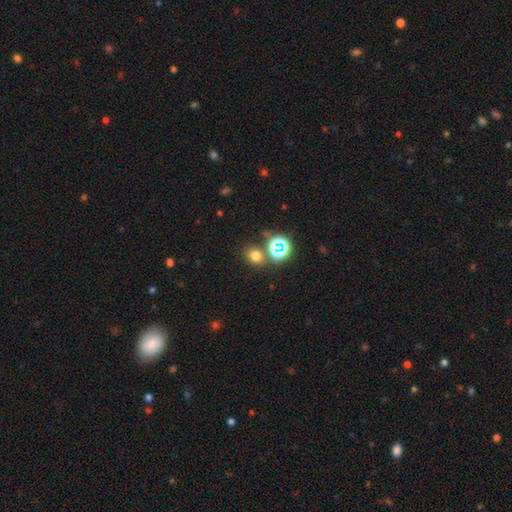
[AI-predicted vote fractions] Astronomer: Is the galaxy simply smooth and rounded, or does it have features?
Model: smooth — 69%.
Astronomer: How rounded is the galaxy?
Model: round — 69%.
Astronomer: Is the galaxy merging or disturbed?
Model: none — 75%.